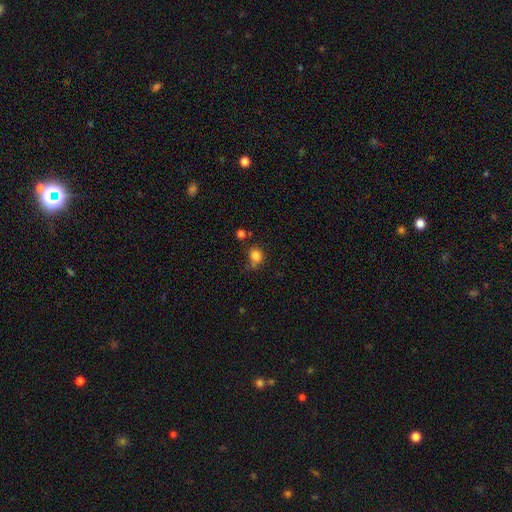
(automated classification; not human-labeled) This appears to be a smooth galaxy with no disk features (83%) that is round (72%). Merging: none (58%).